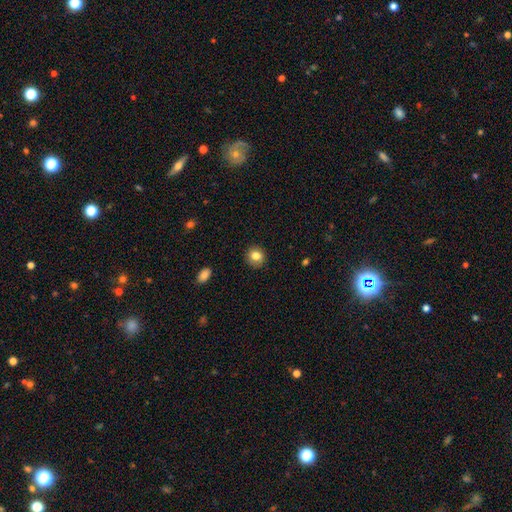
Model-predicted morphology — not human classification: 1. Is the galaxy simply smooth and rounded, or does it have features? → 83% smooth, 10% star or artifact, 8% featured or disk.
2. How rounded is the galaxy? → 81% round, 18% in between, 1% cigar-shaped.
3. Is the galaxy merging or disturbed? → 89% none, 8% minor disturbance, 2% major disturbance, 1% merger.